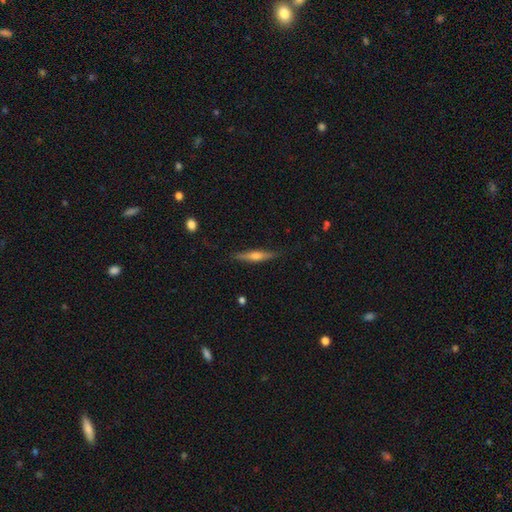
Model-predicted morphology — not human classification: Smooth or featured? Predicted: featured or disk (p=0.57). Edge-on disk? Predicted: yes (p=0.96). Edge-on bulge? Predicted: rounded (p=0.85). Merging? Predicted: none (p=0.86).